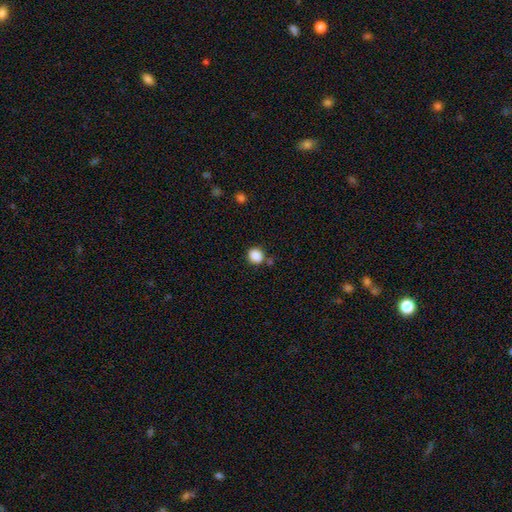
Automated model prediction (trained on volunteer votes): This is clearly a smooth galaxy (87%). How rounded: clearly round (88%). Merging: likely none (79%).